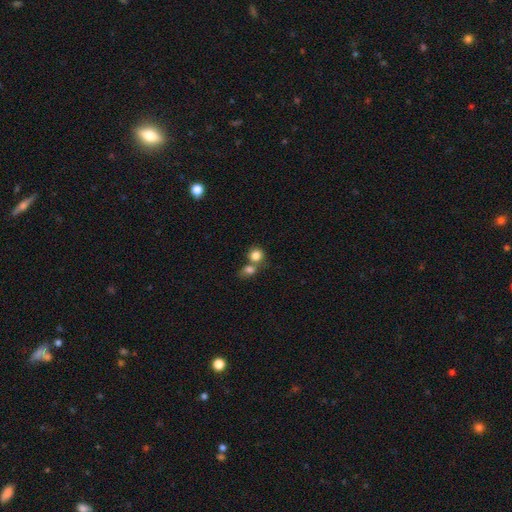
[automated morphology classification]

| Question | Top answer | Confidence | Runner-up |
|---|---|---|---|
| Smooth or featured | smooth | 82% | star or artifact (10%) |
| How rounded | round | 83% | in between (16%) |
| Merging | merger | 47% | none (42%) |